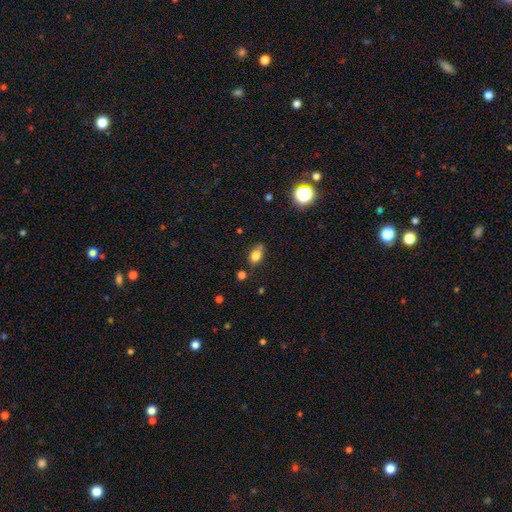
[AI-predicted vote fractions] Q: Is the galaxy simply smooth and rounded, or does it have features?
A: smooth — 80%.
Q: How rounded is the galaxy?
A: in between — 77%.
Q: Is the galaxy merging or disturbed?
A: none — 62%.